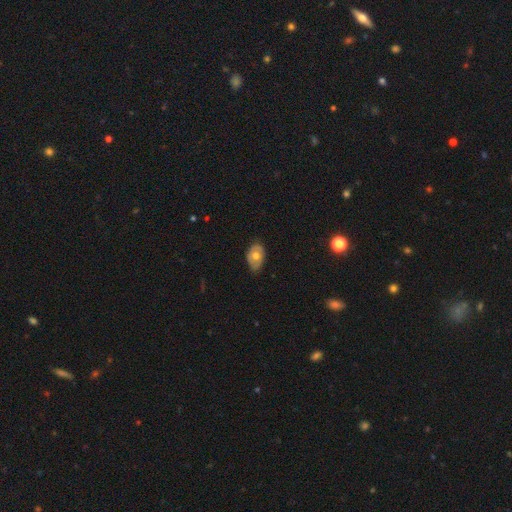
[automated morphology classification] A smooth galaxy with no disk features (52%) that is in between round and cigar-shaped (84%).

Vote fractions:
- Smooth or featured? smooth: 52% / featured or disk: 41% / star or artifact: 7%
- How rounded? in between: 84% / round: 15% / cigar-shaped: 1%
- Merging? none: 71% / minor disturbance: 24% / major disturbance: 4% / merger: 1%